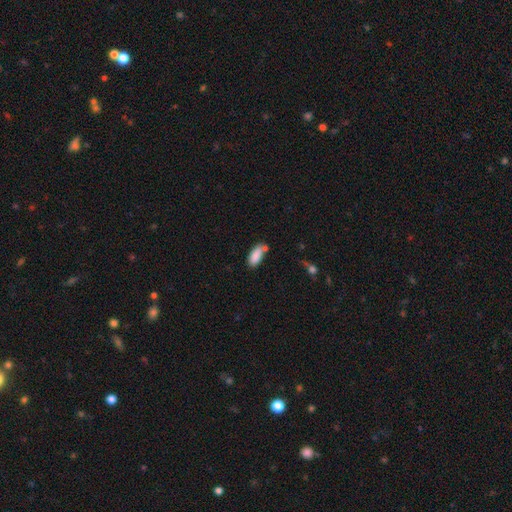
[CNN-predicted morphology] Smooth or featured?
  - smooth: 87% *
  - star or artifact: 7%
  - featured or disk: 6%
How rounded?
  - in between: 87% *
  - cigar-shaped: 11%
  - round: 2%
Merging?
  - none: 60% *
  - minor disturbance: 19%
  - merger: 16%
  - major disturbance: 5%